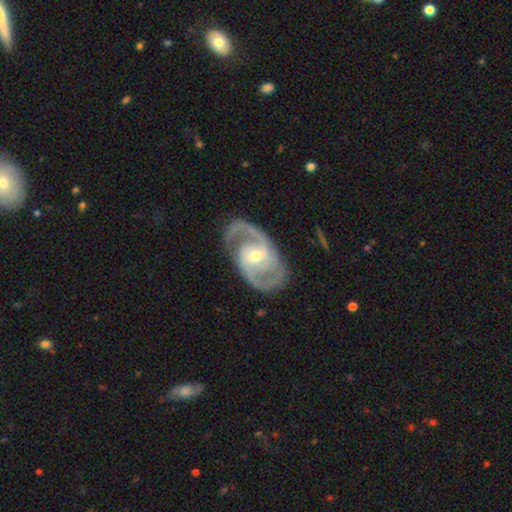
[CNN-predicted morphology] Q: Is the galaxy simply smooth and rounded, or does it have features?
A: featured or disk — 91%.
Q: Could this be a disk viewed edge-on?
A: no — 96%.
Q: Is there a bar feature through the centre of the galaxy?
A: no — 41%.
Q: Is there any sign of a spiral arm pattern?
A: yes — 97%.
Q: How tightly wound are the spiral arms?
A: medium — 56%.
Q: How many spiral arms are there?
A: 2 — 88%.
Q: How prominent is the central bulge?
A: small — 49%.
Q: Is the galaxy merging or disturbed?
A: none — 79%.